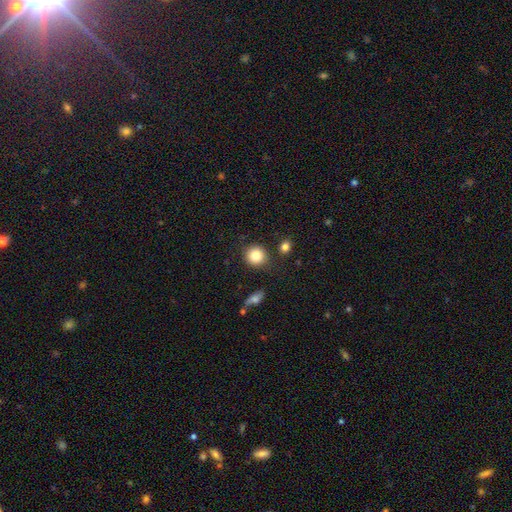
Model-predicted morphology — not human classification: smooth 83%, star or artifact 9%, featured or disk 7%. Down the decision tree: how rounded — round (89%); merging — none (84%).